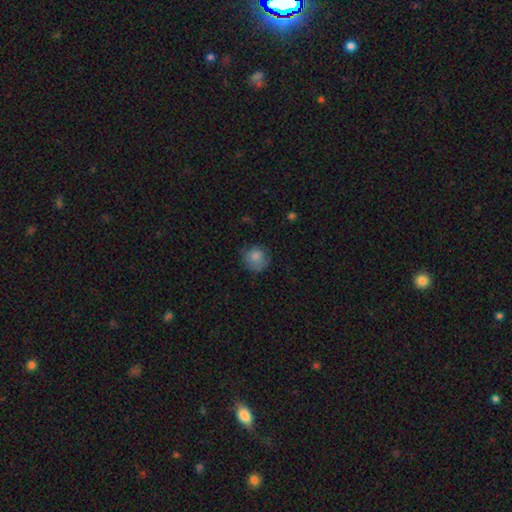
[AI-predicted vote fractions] Smooth or featured? smooth (80%)
How rounded? round (86%)
Merging? none (68%)